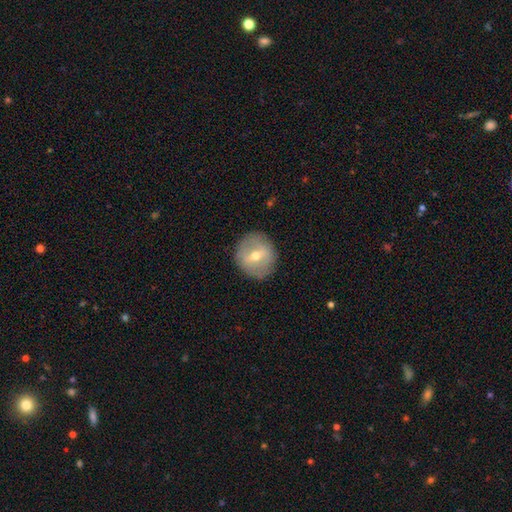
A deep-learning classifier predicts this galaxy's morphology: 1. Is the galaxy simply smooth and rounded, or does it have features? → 50% featured or disk, 42% smooth, 8% star or artifact.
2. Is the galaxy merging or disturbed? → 86% none, 10% minor disturbance, 3% major disturbance, 1% merger.